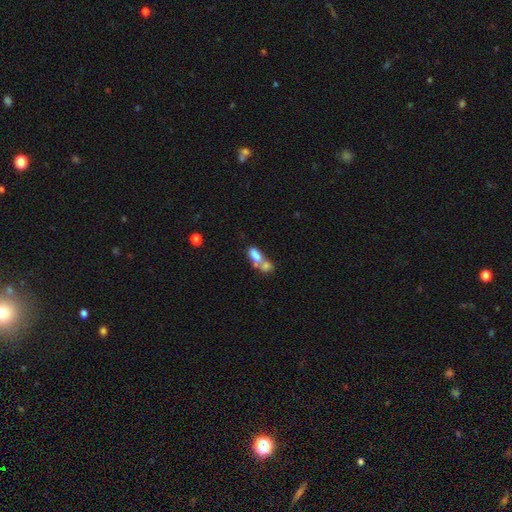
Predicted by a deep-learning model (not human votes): Morphology: type=smooth (74%); roundness=in between (84%); merging=merger (65%).